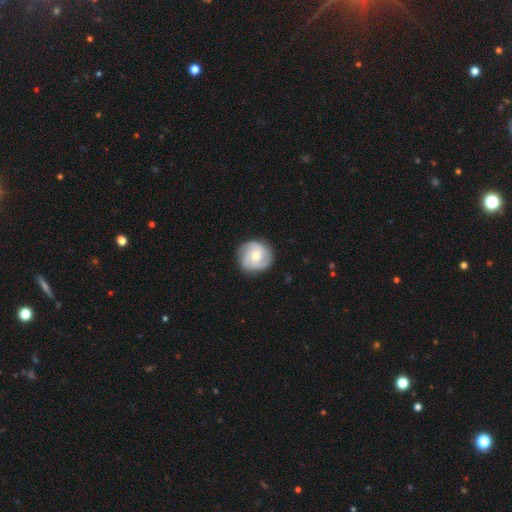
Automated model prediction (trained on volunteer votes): A featured or disk galaxy (67%) with no bar (57%), 3 (45%) medium (43%) spiral arms (91%) and a moderate central bulge (66%). Merging: none (84%).